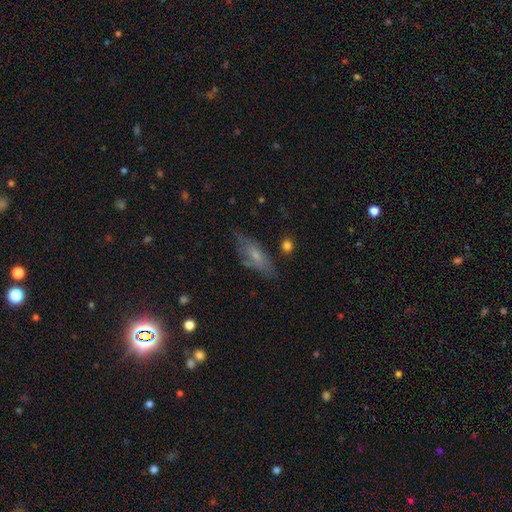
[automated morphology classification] Smooth or featured? Predicted: smooth (p=0.50). How rounded? Predicted: in between (p=0.69). Merging? Predicted: none (p=0.59).